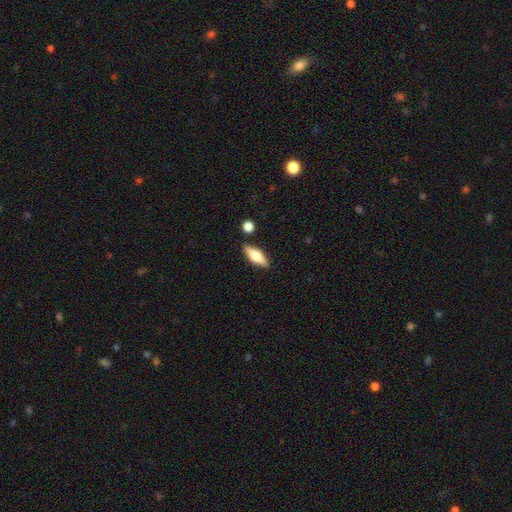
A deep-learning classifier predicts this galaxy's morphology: A smooth galaxy with no disk features (55%) that is in between round and cigar-shaped (56%). Merging: none (84%).